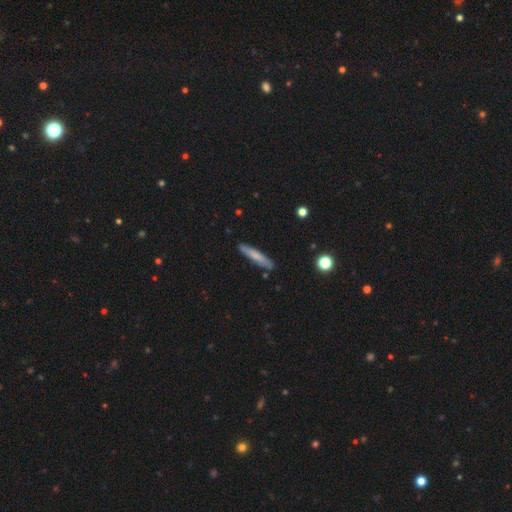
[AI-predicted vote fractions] The model was most divided on "smooth or featured": smooth: 67%, featured or disk: 26%, star or artifact: 6%. More confident: how rounded — cigar-shaped (92%); merging — none (85%).